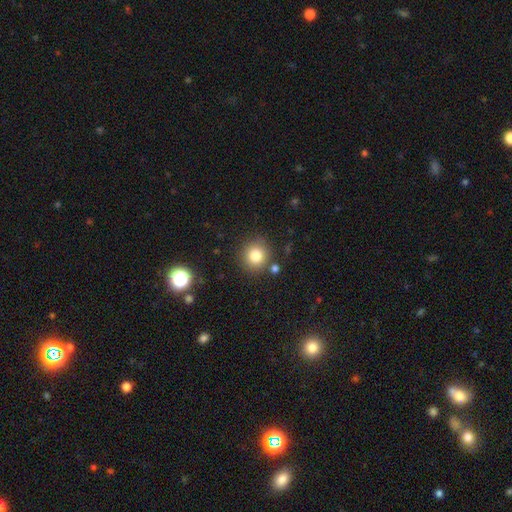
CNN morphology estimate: smooth-or-featured: smooth: 81% | star or artifact: 12% | featured or disk: 7%
  how-rounded: round: 91% | in between: 8% | cigar-shaped: 1%
  merging: none: 84% | minor disturbance: 8% | merger: 5% | major disturbance: 3%